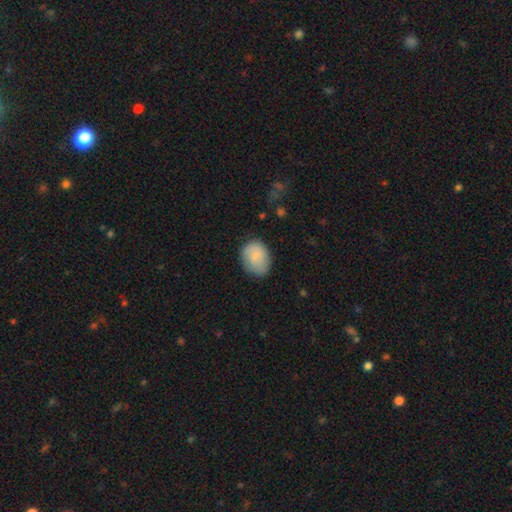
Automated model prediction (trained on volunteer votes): Smooth or featured: smooth — 80% (featured or disk — 13%)
How rounded: in between — 61% (round — 38%)
Merging: none — 71% (minor disturbance — 22%)